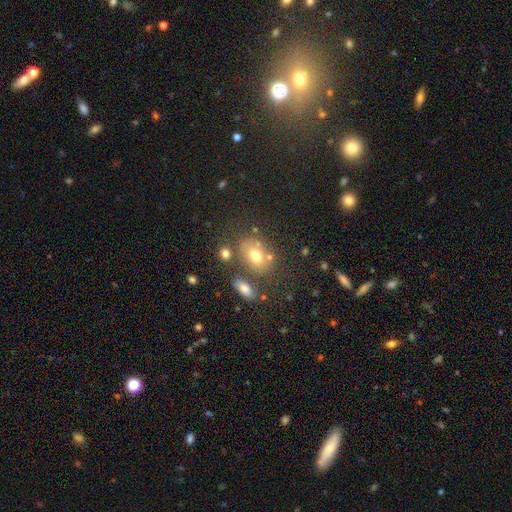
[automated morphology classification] type=smooth (68%); roundness=in between (64%); merging=none (63%).